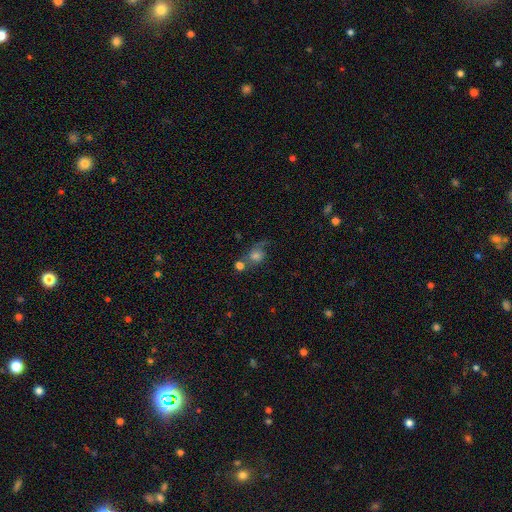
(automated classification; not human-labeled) smooth-or-featured: smooth: 51% | featured or disk: 32% | star or artifact: 16%
  how-rounded: round: 67% | in between: 31% | cigar-shaped: 2%
  merging: none: 38% | merger: 24% | major disturbance: 20% | minor disturbance: 19%